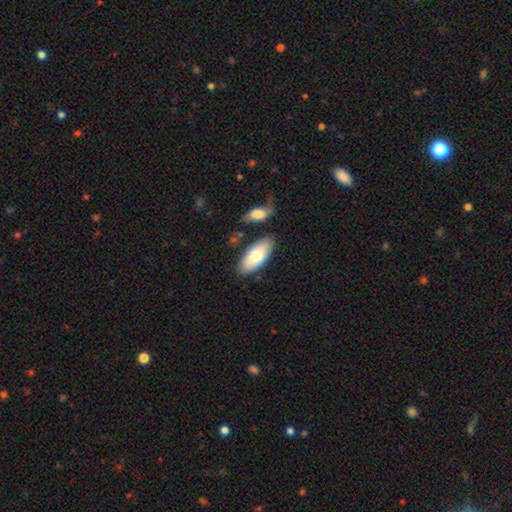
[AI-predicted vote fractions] smooth-or-featured: smooth: 75% | featured or disk: 19% | star or artifact: 6%
  how-rounded: in between: 88% | cigar-shaped: 10% | round: 2%
  merging: none: 79% | minor disturbance: 12% | merger: 7% | major disturbance: 3%